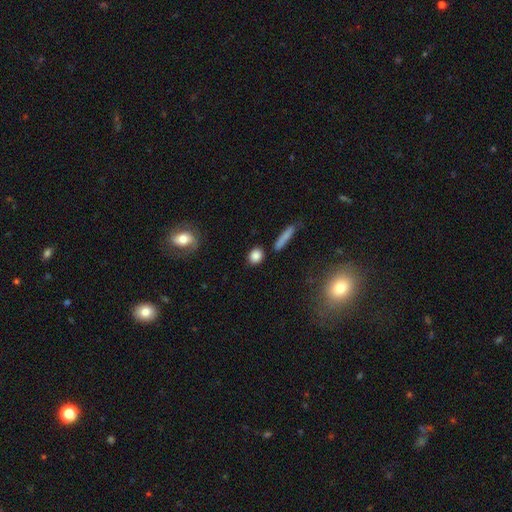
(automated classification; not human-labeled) Smooth or featured? smooth (85%)
How rounded? round (66%)
Merging? none (83%)